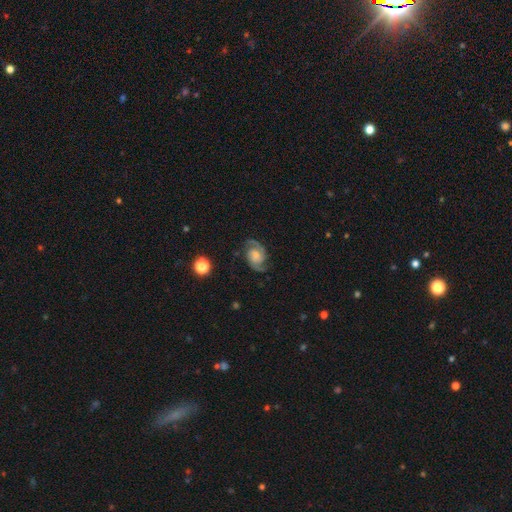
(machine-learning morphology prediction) Smooth or featured?
  - featured or disk: 88% *
  - smooth: 7%
  - star or artifact: 6%
Edge-on disk?
  - no: 98% *
  - yes: 2%
Bar?
  - no: 57% *
  - weak: 36%
  - strong: 7%
Spiral arms?
  - yes: 98% *
  - no: 2%
Spiral winding?
  - medium: 56% *
  - tight: 26%
  - loose: 17%
Spiral arm count?
  - 2: 92% *
  - can't tell: 2%
  - 3: 2%
  - 1: 1%
  - 4: 1%
  - more than 4: 1%
Bulge size?
  - small: 35% * (tied)
  - moderate: 35% * (tied)
  - none: 19%
  - large: 10%
  - dominant: 2%
Merging?
  - none: 79% *
  - minor disturbance: 14%
  - major disturbance: 5%
  - merger: 1%